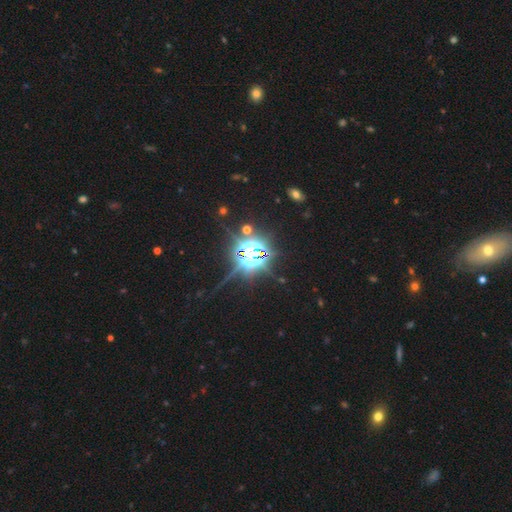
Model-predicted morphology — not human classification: type=star or artifact (80%).